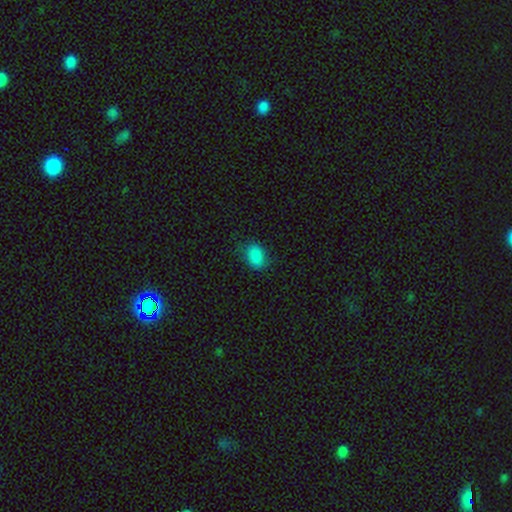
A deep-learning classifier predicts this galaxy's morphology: Overall: smooth (86%). How rounded: in between (81%). Merging: none (73%).